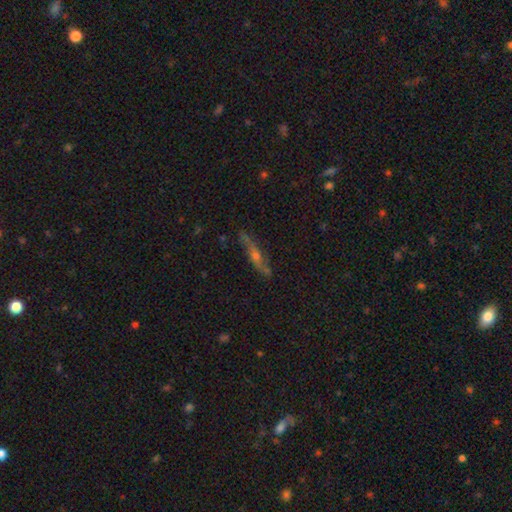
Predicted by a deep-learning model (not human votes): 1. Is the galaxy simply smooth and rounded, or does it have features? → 68% featured or disk, 23% smooth, 9% star or artifact.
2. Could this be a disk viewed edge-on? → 76% yes, 24% no.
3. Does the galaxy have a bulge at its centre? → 85% rounded, 10% none, 5% boxy.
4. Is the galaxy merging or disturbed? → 77% none, 16% minor disturbance, 4% major disturbance, 3% merger.